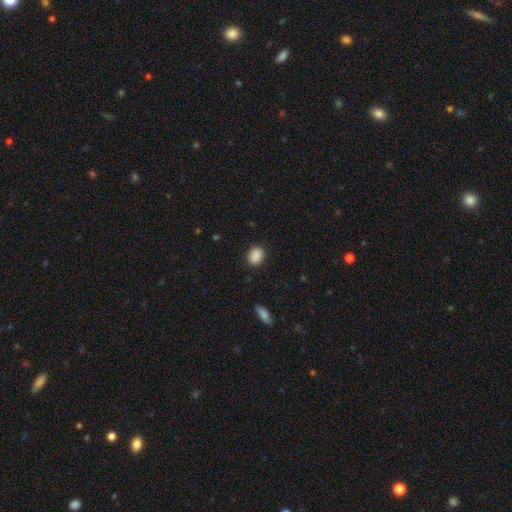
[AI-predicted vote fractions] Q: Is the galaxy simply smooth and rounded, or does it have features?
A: smooth — 89%.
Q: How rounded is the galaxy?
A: round — 53%.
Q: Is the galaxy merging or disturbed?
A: none — 87%.